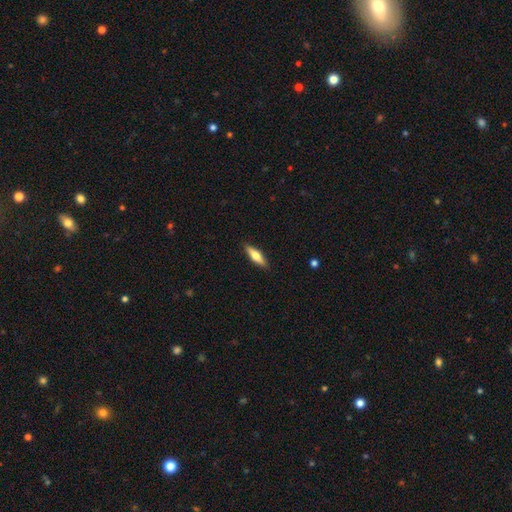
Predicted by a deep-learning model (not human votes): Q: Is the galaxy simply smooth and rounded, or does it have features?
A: smooth — 57%.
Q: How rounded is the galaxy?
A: cigar-shaped — 59%.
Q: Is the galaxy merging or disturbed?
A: none — 89%.